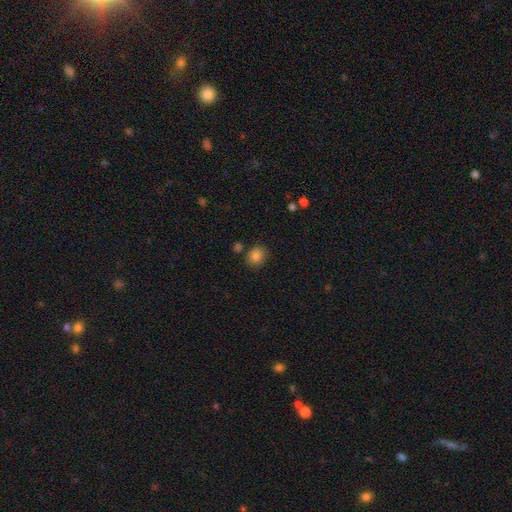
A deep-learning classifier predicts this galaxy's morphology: smooth-or-featured: smooth: 85% | star or artifact: 10% | featured or disk: 5%
  how-rounded: round: 71% | in between: 28% | cigar-shaped: 1%
  merging: none: 78% | minor disturbance: 13% | merger: 5% | major disturbance: 3%